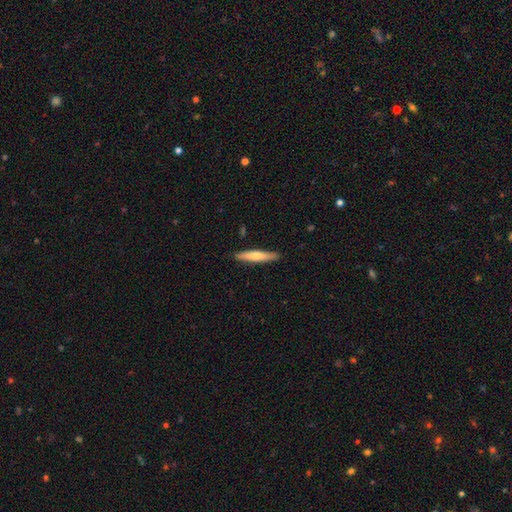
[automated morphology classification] smooth-or-featured: smooth: 63% | featured or disk: 31% | star or artifact: 5%
  how-rounded: cigar-shaped: 89% | in between: 10% | round: 1%
  merging: none: 89% | minor disturbance: 8% | major disturbance: 2% | merger: 1%